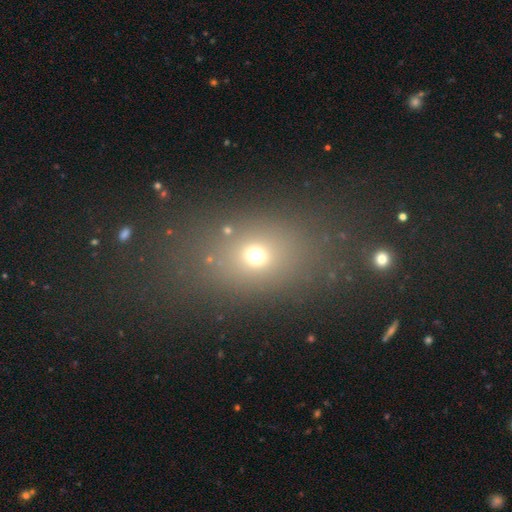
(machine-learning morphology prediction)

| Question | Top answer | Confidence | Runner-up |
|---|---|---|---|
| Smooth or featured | smooth | 65% | star or artifact (23%) |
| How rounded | in between | 55% | round (42%) |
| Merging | none | 73% | minor disturbance (12%) |